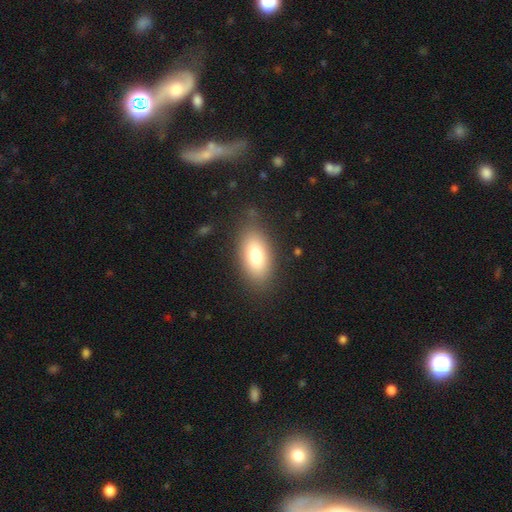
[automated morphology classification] A smooth galaxy with no disk features (77%) that is in between round and cigar-shaped (89%).

Vote fractions:
- Smooth or featured? smooth: 77% / featured or disk: 14% / star or artifact: 9%
- How rounded? in between: 89% / round: 6% / cigar-shaped: 5%
- Merging? none: 79% / minor disturbance: 14% / major disturbance: 5% / merger: 2%